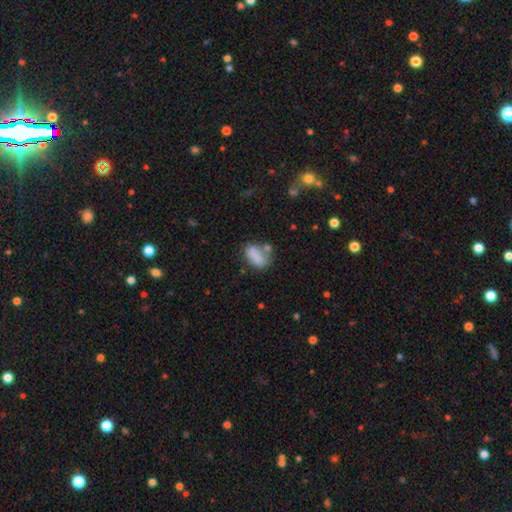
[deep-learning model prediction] Smooth or featured? smooth (79%)
How rounded? in between (83%)
Merging? none (51%)